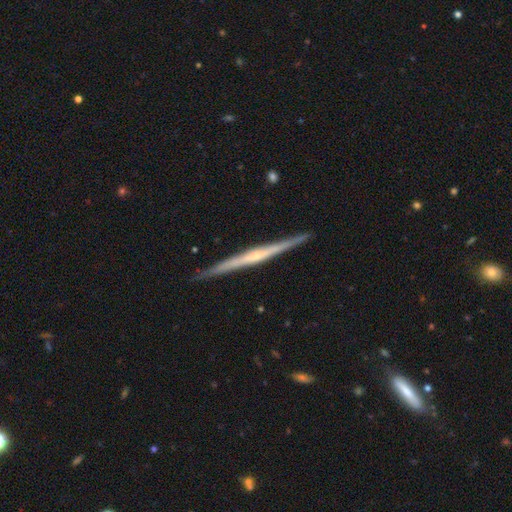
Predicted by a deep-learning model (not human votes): The model was most divided on "edge-on bulge": rounded: 46%, none: 45%, boxy: 9%. More confident: edge-on disk — yes (98%); merging — none (91%); smooth or featured — featured or disk (77%).